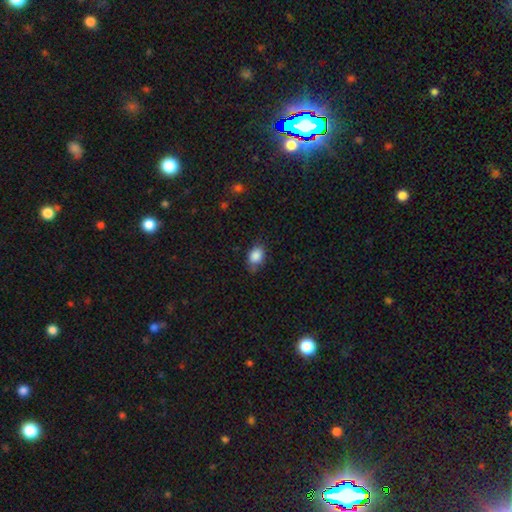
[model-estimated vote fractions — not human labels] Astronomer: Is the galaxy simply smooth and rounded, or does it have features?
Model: smooth — 87%.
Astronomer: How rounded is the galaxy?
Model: in between — 71%.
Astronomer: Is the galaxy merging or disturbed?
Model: none — 66%.